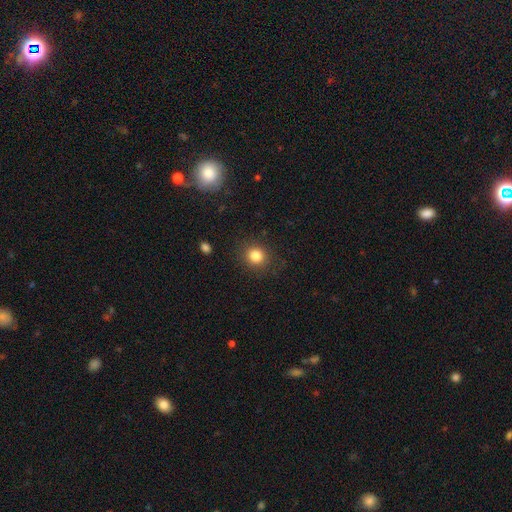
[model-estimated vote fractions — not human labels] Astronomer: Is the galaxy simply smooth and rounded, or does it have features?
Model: smooth — 83%.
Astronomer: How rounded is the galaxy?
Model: round — 81%.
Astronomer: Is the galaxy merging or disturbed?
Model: none — 87%.